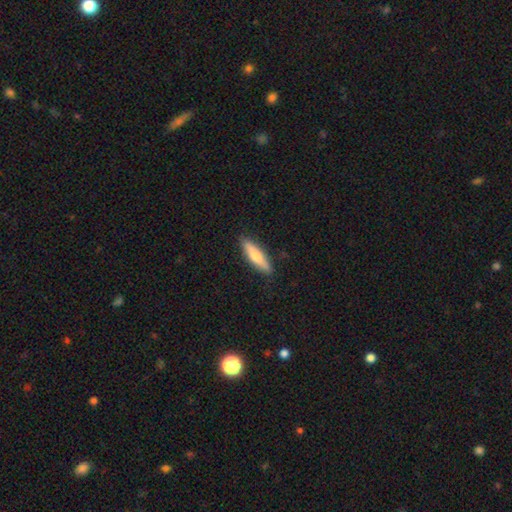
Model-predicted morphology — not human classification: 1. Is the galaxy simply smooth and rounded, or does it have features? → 59% smooth, 36% featured or disk, 5% star or artifact.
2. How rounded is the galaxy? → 74% cigar-shaped, 24% in between, 2% round.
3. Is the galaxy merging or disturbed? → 89% none, 8% minor disturbance, 2% major disturbance, 1% merger.